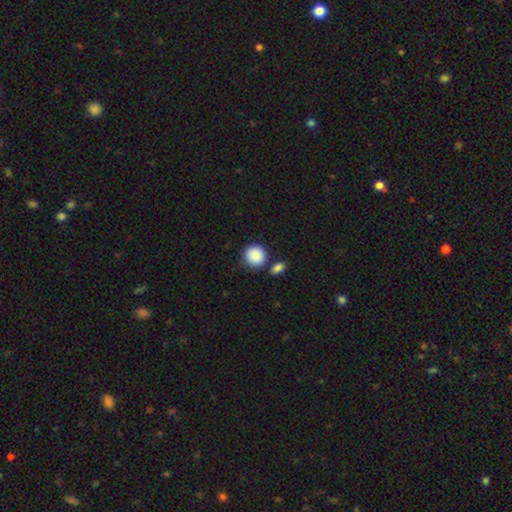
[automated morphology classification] Smooth or featured? smooth (89%)
How rounded? round (90%)
Merging? none (74%)